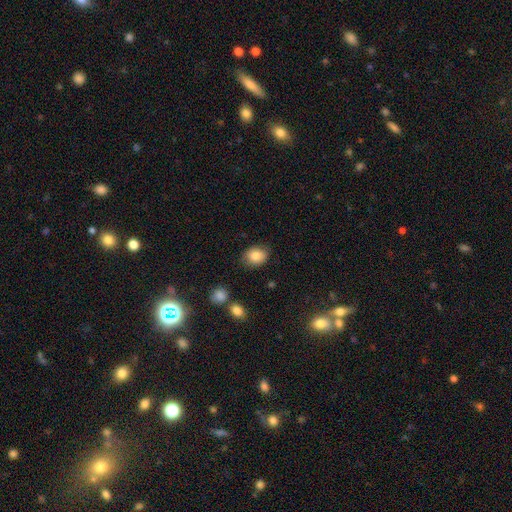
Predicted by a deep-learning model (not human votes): smooth_or_featured: smooth (p=0.85) [alt: star or artifact p=0.08]
how_rounded: in between (p=0.61) [alt: round p=0.38]
merging: none (p=0.81) [alt: minor disturbance p=0.14]